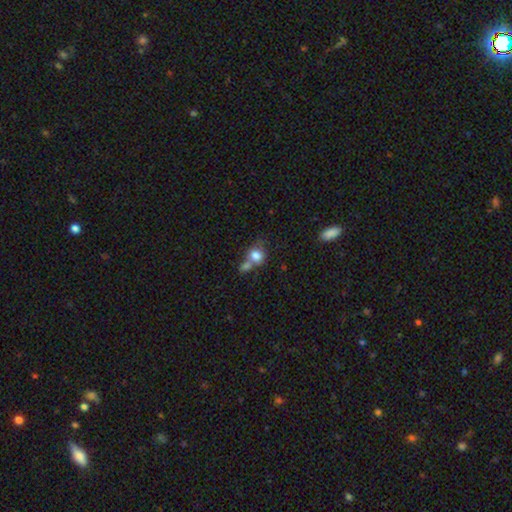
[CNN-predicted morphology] Smooth or featured: smooth — 79% (featured or disk — 11%)
How rounded: round — 66% (in between — 33%)
Merging: merger — 49% (none — 33%)